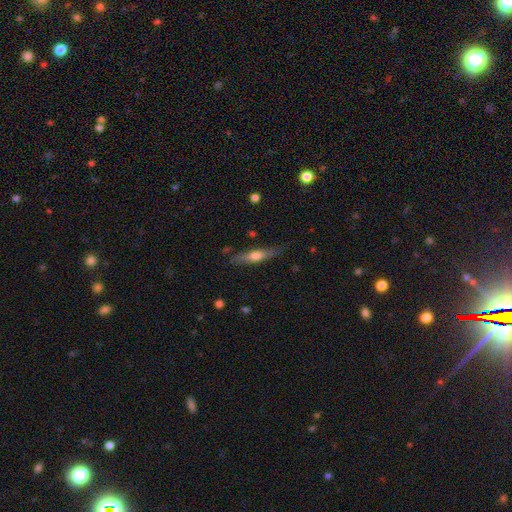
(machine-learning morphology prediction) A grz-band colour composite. It shows a featured or disk galaxy (47%, tied with smooth). Merging: none (81%).